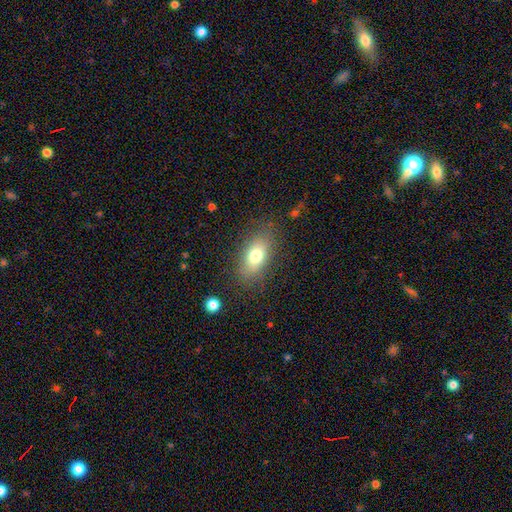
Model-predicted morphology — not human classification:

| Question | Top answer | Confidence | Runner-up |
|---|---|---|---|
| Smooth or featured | smooth | 73% | featured or disk (17%) |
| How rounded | in between | 86% | round (7%) |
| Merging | none | 80% | minor disturbance (13%) |